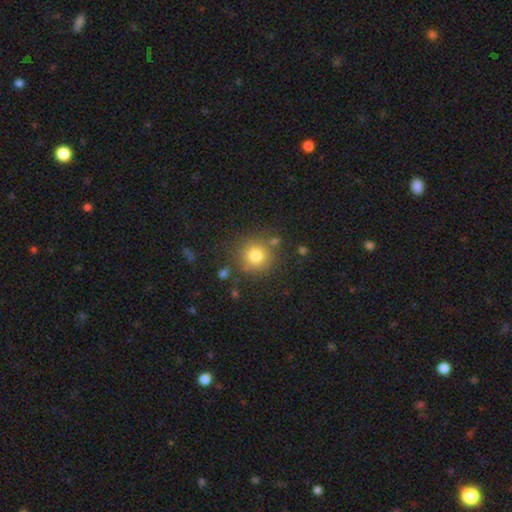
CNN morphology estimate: Smooth or featured? smooth (80%)
How rounded? round (93%)
Merging? none (80%)